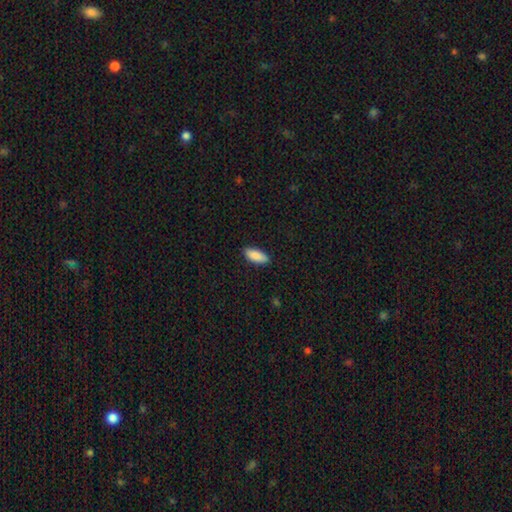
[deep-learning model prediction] The model was most divided on "how rounded": in between: 80%, cigar-shaped: 18%, round: 2%. More confident: smooth or featured — smooth (89%); merging — none (88%).